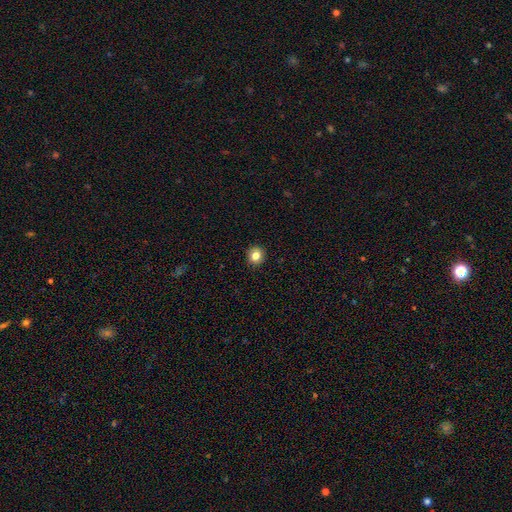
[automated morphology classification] This is clearly a smooth galaxy (82%). How rounded: clearly round (89%). Merging: clearly none (92%).